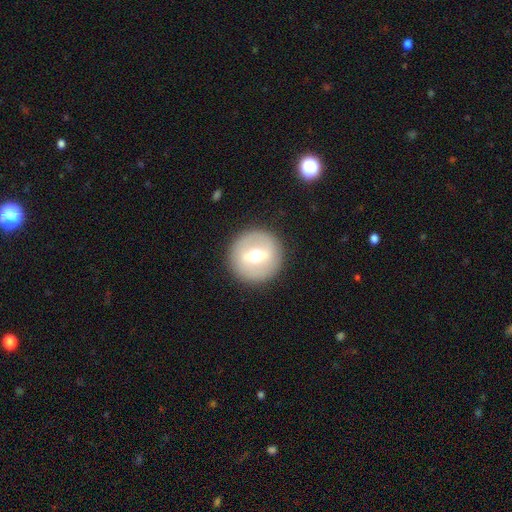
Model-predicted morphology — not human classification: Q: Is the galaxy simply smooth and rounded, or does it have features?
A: featured or disk — 51%.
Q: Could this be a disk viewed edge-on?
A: no — 88%.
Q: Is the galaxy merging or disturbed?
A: none — 89%.